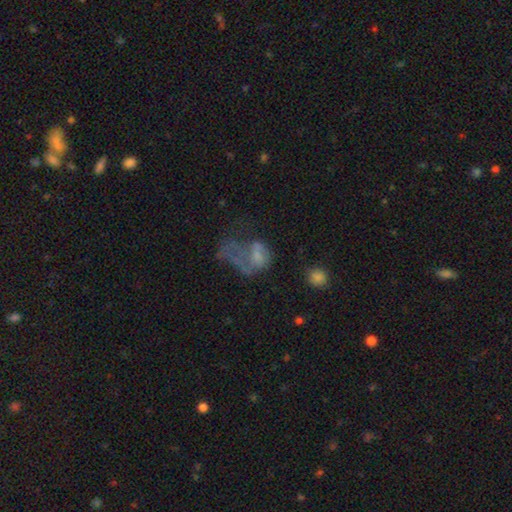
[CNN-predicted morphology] The model was most divided on "smooth or featured": smooth: 47%, featured or disk: 37%, star or artifact: 16%. More confident: merging — major disturbance (58%).